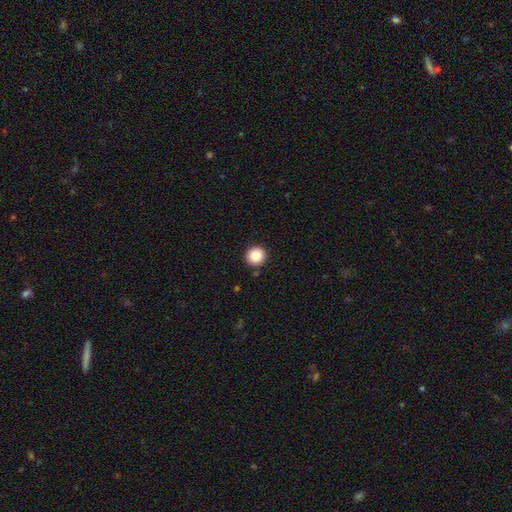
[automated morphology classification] smooth 86%, star or artifact 9%, featured or disk 5%. Down the decision tree: how rounded — round (92%); merging — none (91%).